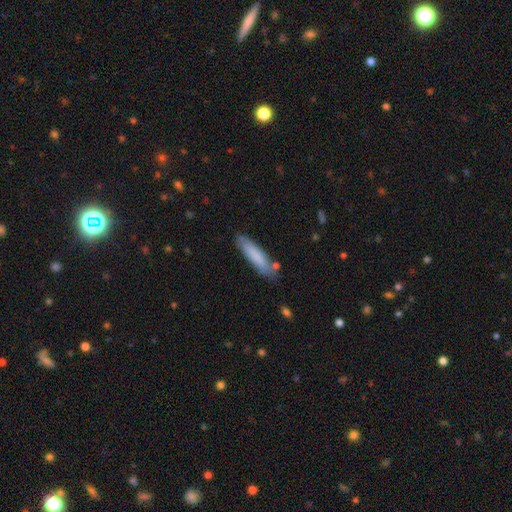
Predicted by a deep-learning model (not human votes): This is clearly a smooth galaxy (80%). How rounded: likely cigar-shaped (77%). Merging: likely none (79%).